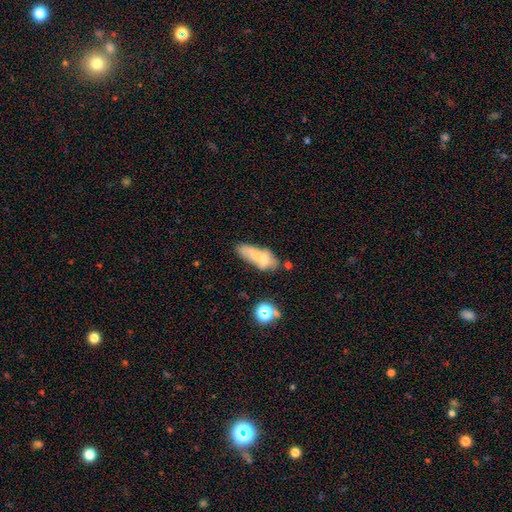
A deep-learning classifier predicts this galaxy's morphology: This is possibly a smooth galaxy (57%). How rounded: likely in between (61%). Merging: marginally none (42%).